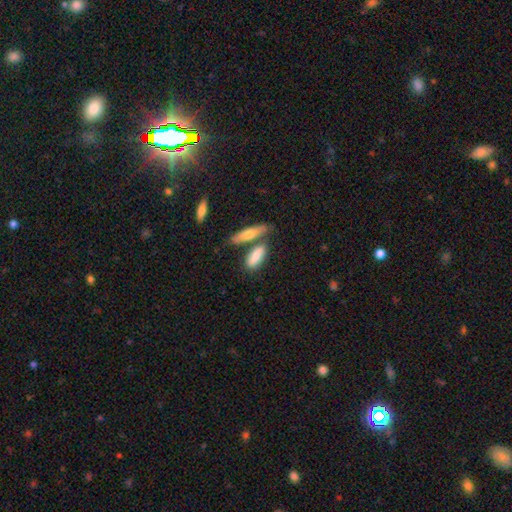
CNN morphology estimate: Smooth or featured? Predicted: smooth (p=0.79). How rounded? Predicted: in between (p=0.58). Merging? Predicted: none (p=0.55).